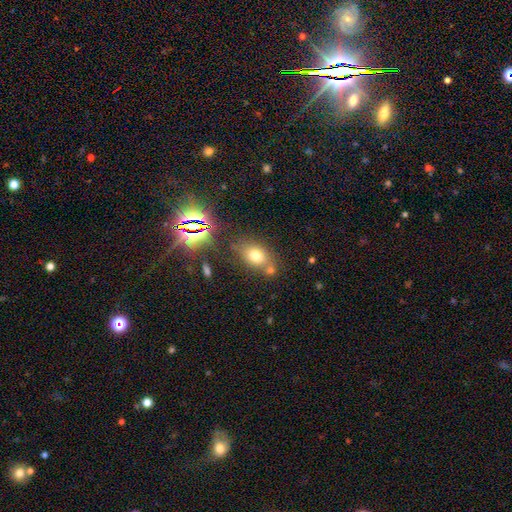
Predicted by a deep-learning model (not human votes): Overall: smooth (71%). How rounded: in between (68%; round 30%). Merging: none (62%).